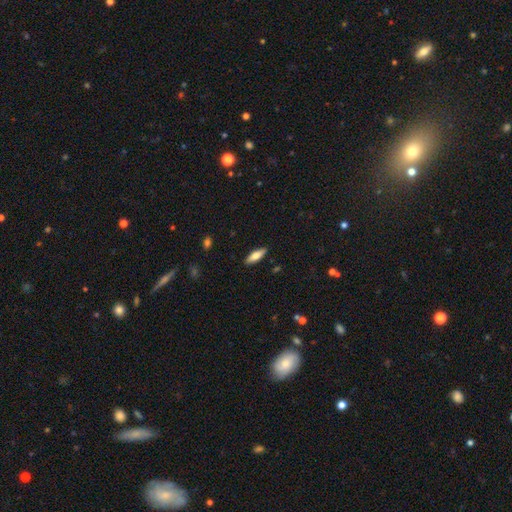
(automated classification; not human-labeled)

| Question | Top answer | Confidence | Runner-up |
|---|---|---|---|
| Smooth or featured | smooth | 75% | featured or disk (19%) |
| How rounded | in between | 50% | cigar-shaped (48%) |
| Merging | none | 89% | minor disturbance (8%) |